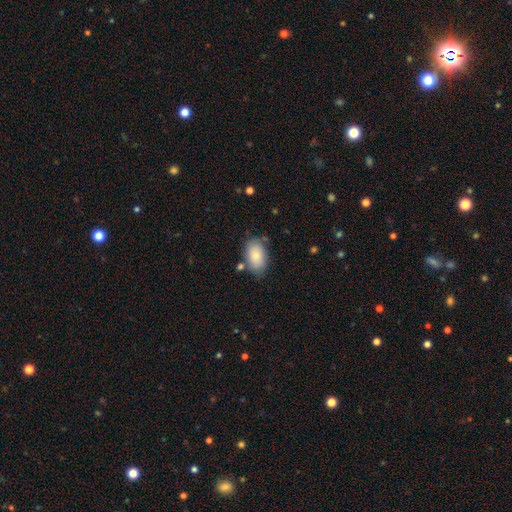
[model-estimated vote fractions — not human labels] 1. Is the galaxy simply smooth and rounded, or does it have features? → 80% smooth, 13% featured or disk, 7% star or artifact.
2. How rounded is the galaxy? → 91% in between, 7% round, 1% cigar-shaped.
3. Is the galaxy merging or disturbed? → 72% none, 18% minor disturbance, 6% merger, 4% major disturbance.